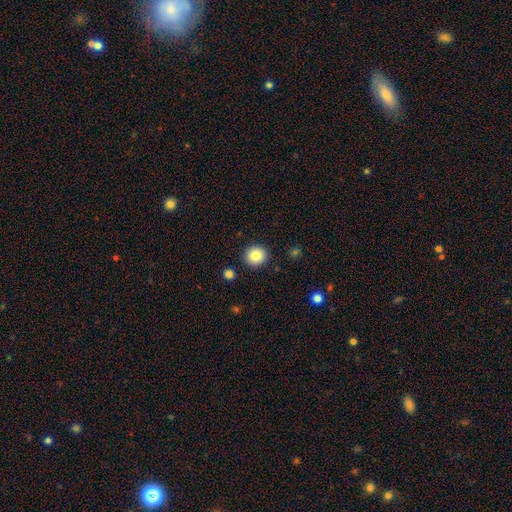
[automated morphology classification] smooth-or-featured: smooth: 84% | star or artifact: 9% | featured or disk: 7%
  how-rounded: round: 93% | in between: 6% | cigar-shaped: 1%
  merging: none: 91% | minor disturbance: 5% | major disturbance: 2% | merger: 2%